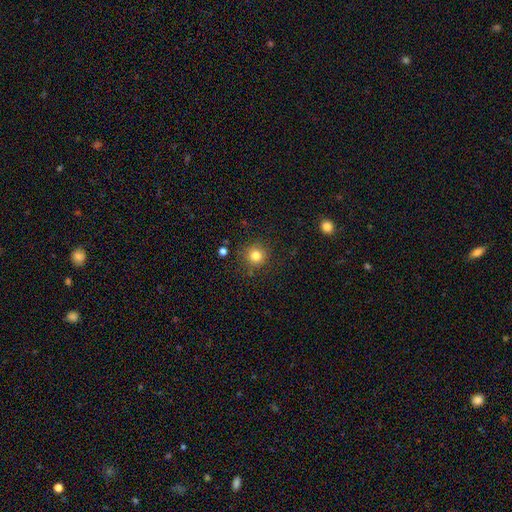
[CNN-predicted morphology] A smooth galaxy with no disk features (82%) that is round (94%). Merging: none (88%).